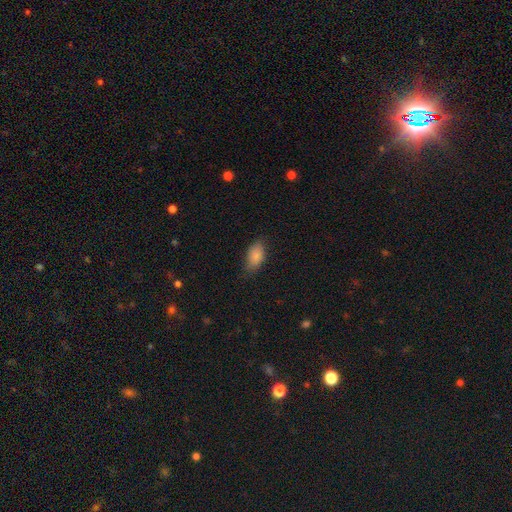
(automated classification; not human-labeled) Smooth or featured? smooth (85%)
How rounded? in between (91%)
Merging? none (67%)